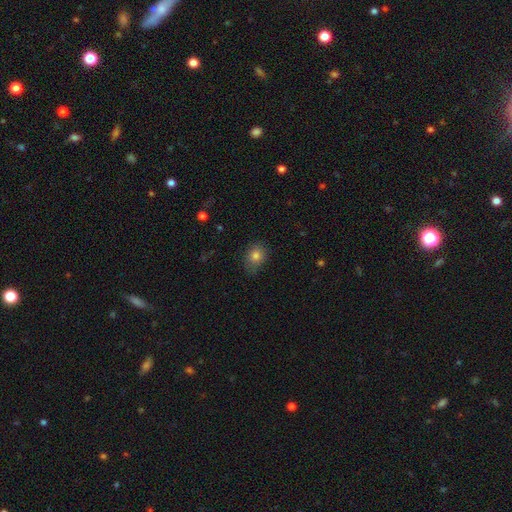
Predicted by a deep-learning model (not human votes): Overall: smooth (80%). How rounded: in between (56%; round 43%). Merging: none (74%).